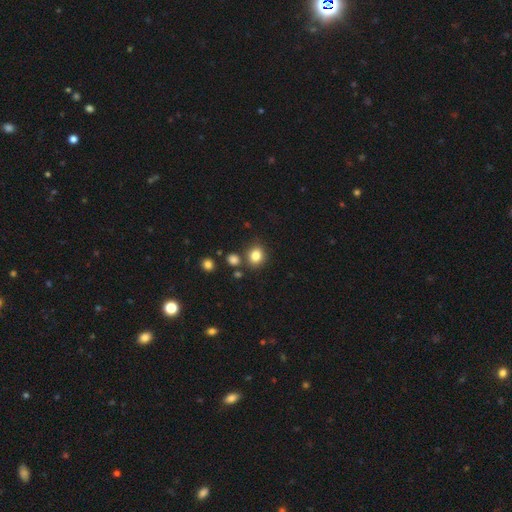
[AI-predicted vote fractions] smooth-or-featured: smooth: 83% | star or artifact: 11% | featured or disk: 6%
  how-rounded: round: 69% | in between: 30% | cigar-shaped: 1%
  merging: none: 79% | minor disturbance: 10% | merger: 8% | major disturbance: 3%